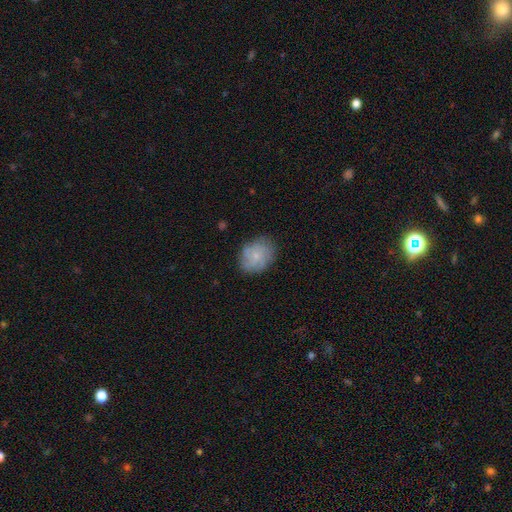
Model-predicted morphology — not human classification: This is possibly a featured or disk galaxy (49%). Merging: likely none (75%).